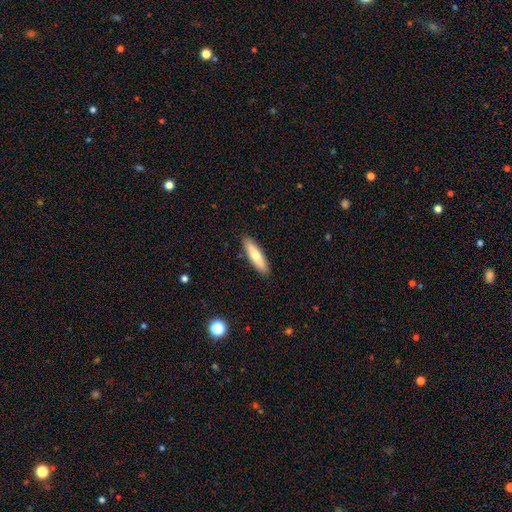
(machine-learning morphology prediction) Smooth or featured? Predicted: smooth (p=0.67). How rounded? Predicted: cigar-shaped (p=0.69). Merging? Predicted: none (p=0.89).